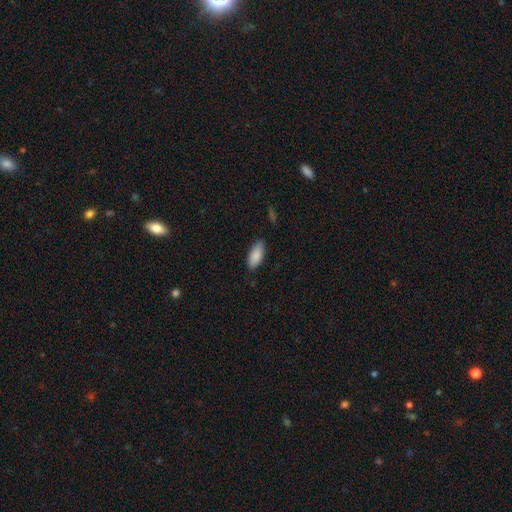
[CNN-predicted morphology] This is clearly a smooth galaxy (88%). How rounded: clearly in between (85%). Merging: clearly none (84%).